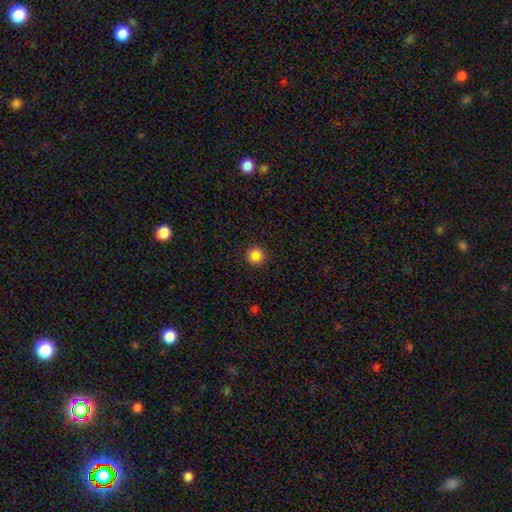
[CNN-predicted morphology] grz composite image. It shows a smooth galaxy with no disk features (62%) that is round (92%). Merging: none (83%).